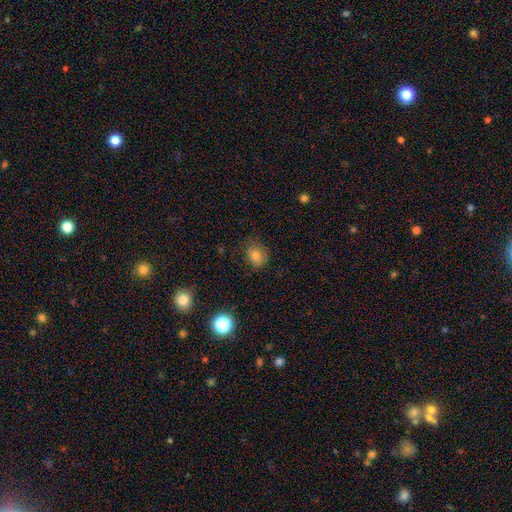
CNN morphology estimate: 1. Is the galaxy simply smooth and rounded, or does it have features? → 78% smooth, 12% star or artifact, 9% featured or disk.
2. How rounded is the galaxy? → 60% round, 39% in between, 1% cigar-shaped.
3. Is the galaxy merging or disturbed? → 71% none, 22% minor disturbance, 6% major disturbance, 1% merger.